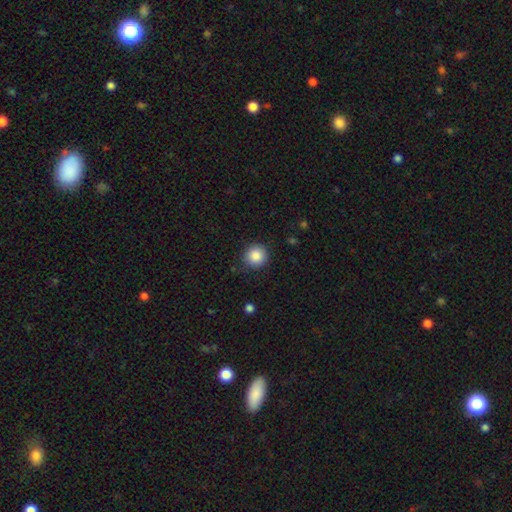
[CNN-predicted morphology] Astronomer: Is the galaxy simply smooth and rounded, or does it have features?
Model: smooth — 87%.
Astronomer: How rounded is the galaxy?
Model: round — 93%.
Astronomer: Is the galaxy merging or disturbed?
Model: none — 86%.